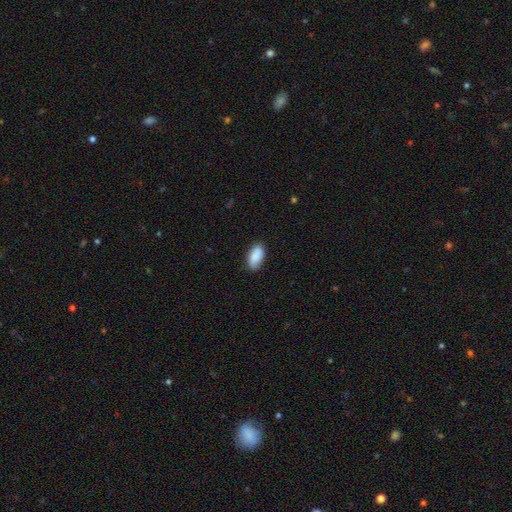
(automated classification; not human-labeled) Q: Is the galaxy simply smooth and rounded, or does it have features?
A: smooth — 88%.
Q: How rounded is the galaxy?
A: in between — 93%.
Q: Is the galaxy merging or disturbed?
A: none — 80%.